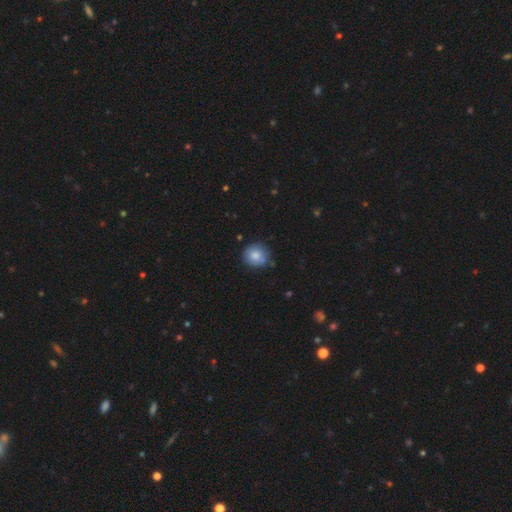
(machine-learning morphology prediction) type=smooth (81%); roundness=round (87%); merging=none (76%).